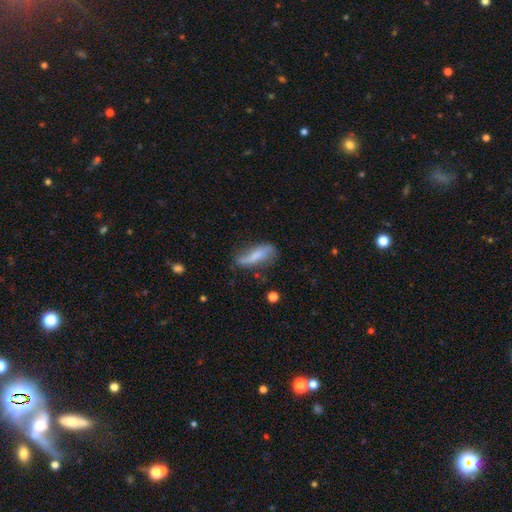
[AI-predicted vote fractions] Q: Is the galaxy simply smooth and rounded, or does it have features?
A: smooth — 57%.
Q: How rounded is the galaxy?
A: in between — 54%.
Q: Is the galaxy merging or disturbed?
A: none — 47%.